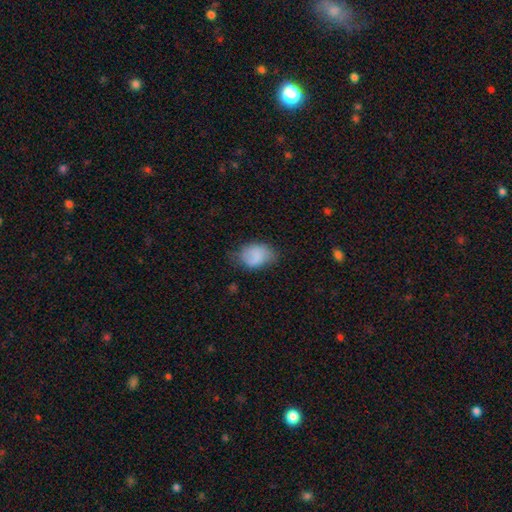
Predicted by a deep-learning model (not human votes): A smooth galaxy with no disk features (78%) that is in between round and cigar-shaped (73%).

Vote fractions:
- Smooth or featured? smooth: 78% / featured or disk: 14% / star or artifact: 8%
- How rounded? in between: 73% / round: 26% / cigar-shaped: 1%
- Merging? none: 54% / minor disturbance: 33% / major disturbance: 11% / merger: 2%